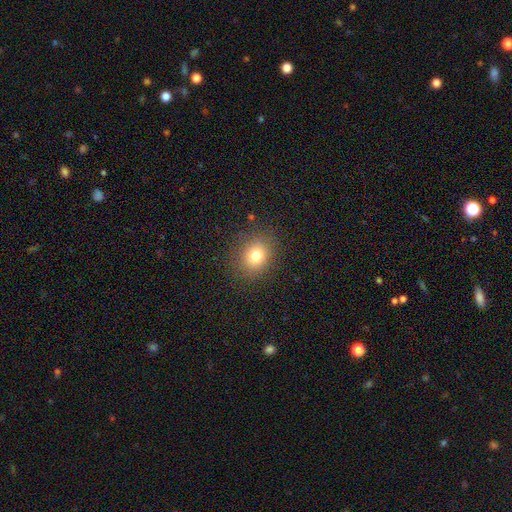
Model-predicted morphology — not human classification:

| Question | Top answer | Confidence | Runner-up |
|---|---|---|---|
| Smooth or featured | smooth | 76% | star or artifact (14%) |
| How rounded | round | 69% | in between (30%) |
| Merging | none | 87% | minor disturbance (9%) |